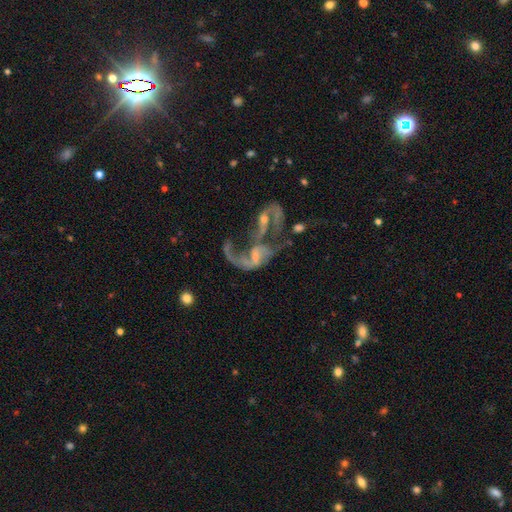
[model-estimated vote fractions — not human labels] Morphology: type=featured or disk (74%); edge-on=no (96%); bar=no (55%); spiral arms=yes (69%); bulge=small (41%); merging=merger (62%).